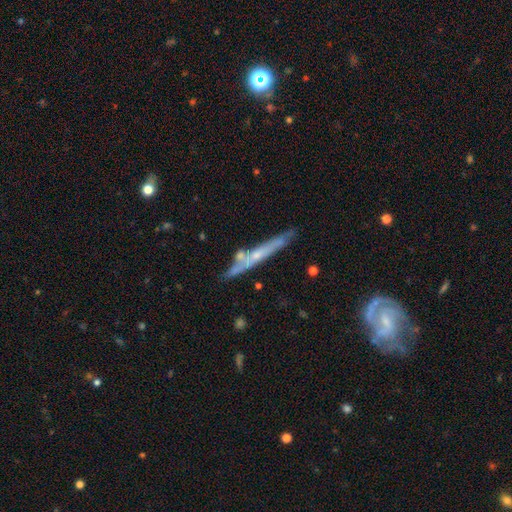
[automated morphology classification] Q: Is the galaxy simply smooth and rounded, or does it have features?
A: featured or disk — 64%.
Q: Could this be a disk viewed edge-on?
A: yes — 87%.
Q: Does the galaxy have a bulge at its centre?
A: none — 54%.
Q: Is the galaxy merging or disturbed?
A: none — 71%.